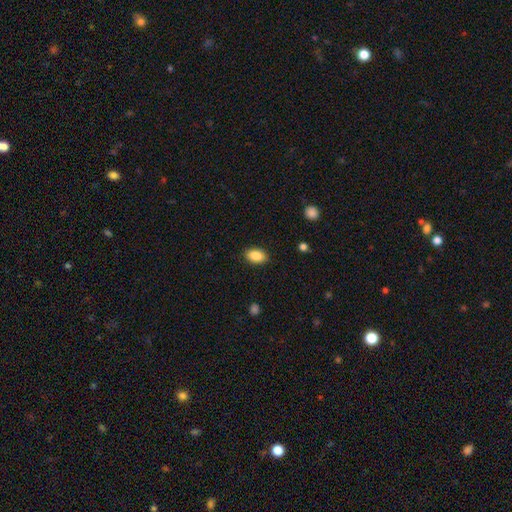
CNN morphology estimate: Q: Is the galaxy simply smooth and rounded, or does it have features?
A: smooth — 88%.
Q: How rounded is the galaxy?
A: in between — 90%.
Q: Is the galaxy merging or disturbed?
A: none — 88%.